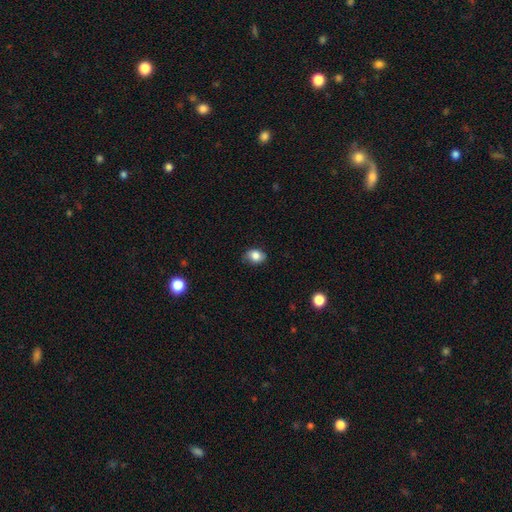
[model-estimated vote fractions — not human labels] smooth_or_featured: smooth (p=0.84) [alt: star or artifact p=0.08]
how_rounded: in between (p=0.72) [alt: round p=0.27]
merging: none (p=0.79) [alt: minor disturbance p=0.17]